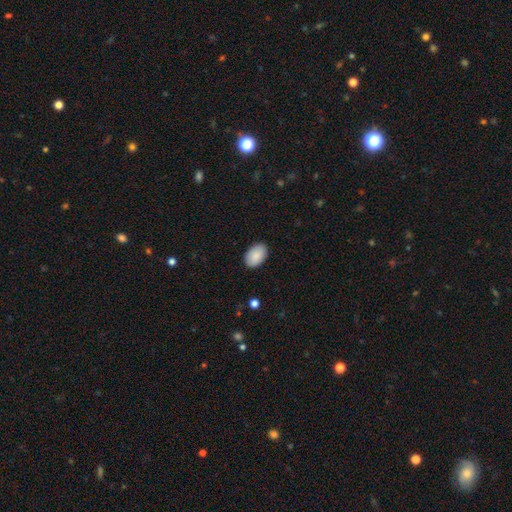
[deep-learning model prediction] Overall: smooth (90%). How rounded: in between (91%). Merging: none (89%).